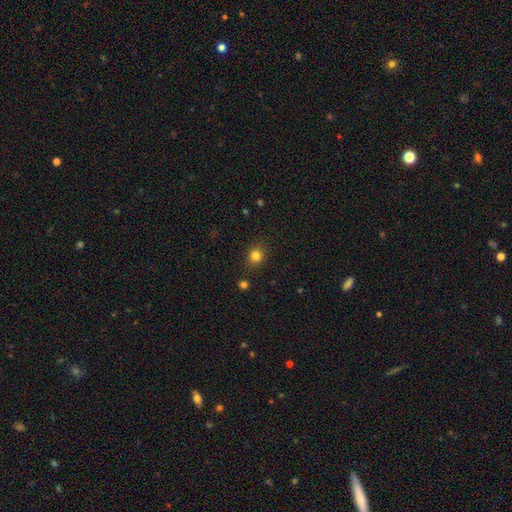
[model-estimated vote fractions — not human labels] Smooth or featured? Predicted: smooth (p=0.81). How rounded? Predicted: round (p=0.76). Merging? Predicted: none (p=0.85).